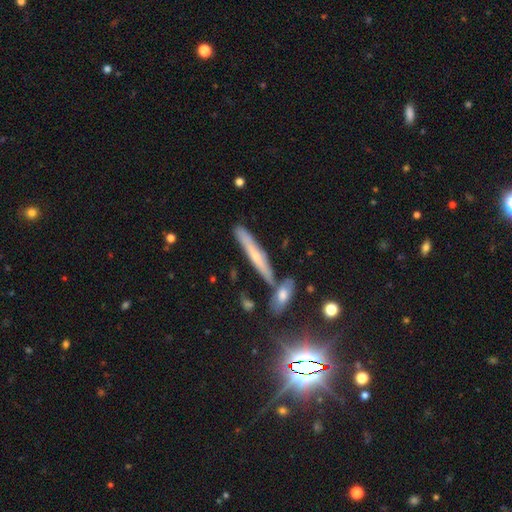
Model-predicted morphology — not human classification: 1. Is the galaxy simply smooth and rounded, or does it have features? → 47% featured or disk, 42% smooth, 11% star or artifact.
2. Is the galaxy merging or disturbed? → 77% none, 11% minor disturbance, 9% merger, 3% major disturbance.